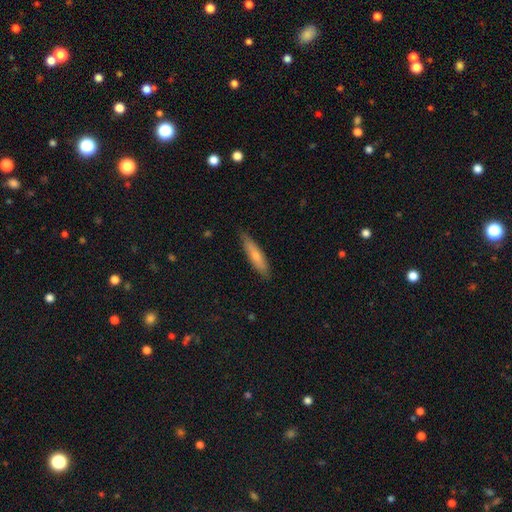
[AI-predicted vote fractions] Smooth or featured? smooth (66%)
How rounded? cigar-shaped (82%)
Merging? none (85%)